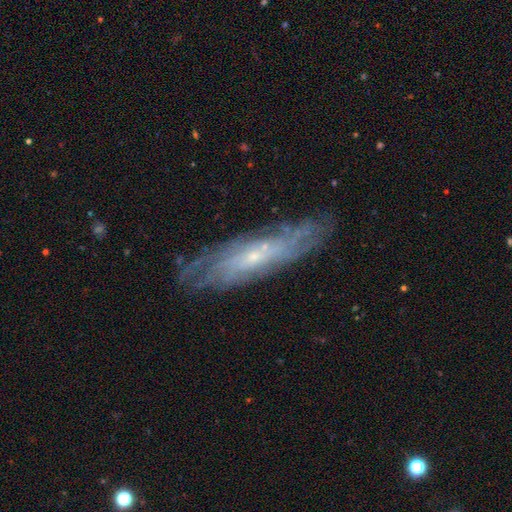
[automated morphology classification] Q: Smooth or featured?
A: featured or disk (73%); runner-up: smooth (19%)
Q: Edge-on disk?
A: no (64%); runner-up: yes (36%)
Q: Merging?
A: none (78%); runner-up: minor disturbance (16%)